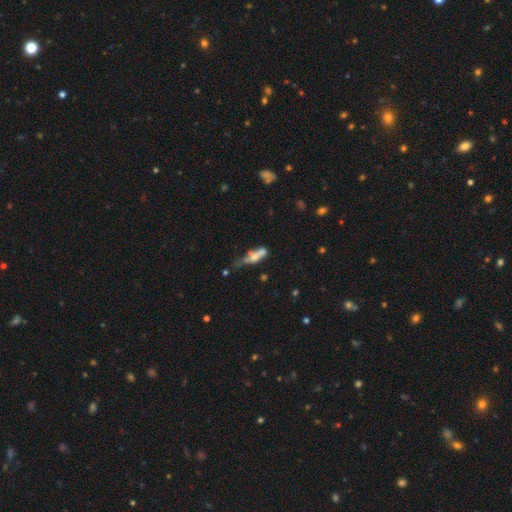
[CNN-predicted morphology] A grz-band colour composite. It shows a smooth galaxy with no disk features (53%) that is cigar-shaped (55%). Merging: merger (30%).